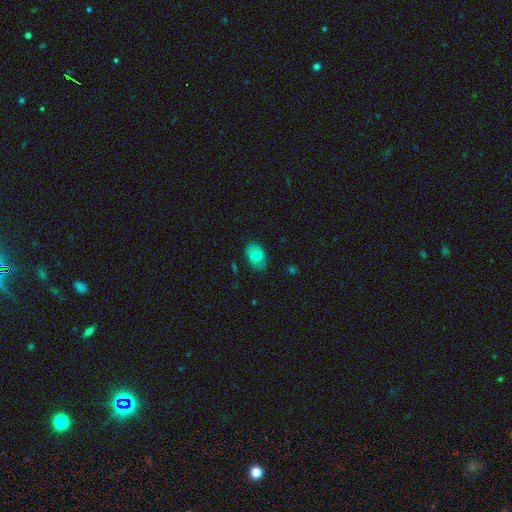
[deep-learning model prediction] A smooth galaxy with no disk features (67%) that is in between round and cigar-shaped (85%). Merging: none (77%).